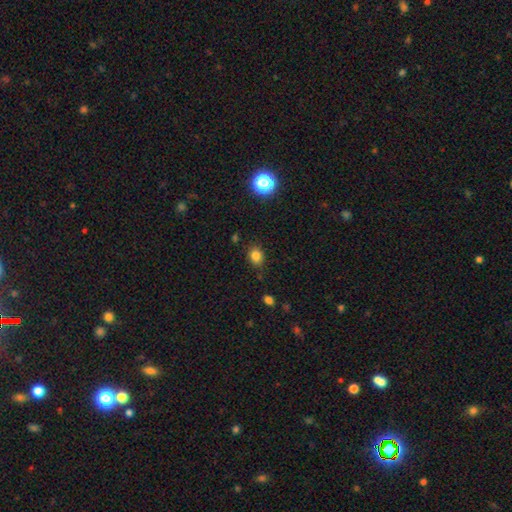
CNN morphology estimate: Smooth or featured? Predicted: smooth (p=0.81). How rounded? Predicted: round (p=0.57). Merging? Predicted: none (p=0.81).